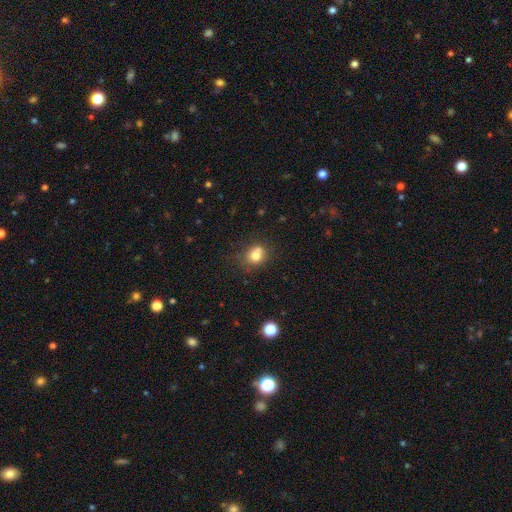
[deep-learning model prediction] Q: Smooth or featured?
A: smooth (75%); runner-up: featured or disk (13%)
Q: How rounded?
A: round (73%); runner-up: in between (26%)
Q: Merging?
A: none (52%); runner-up: merger (26%)